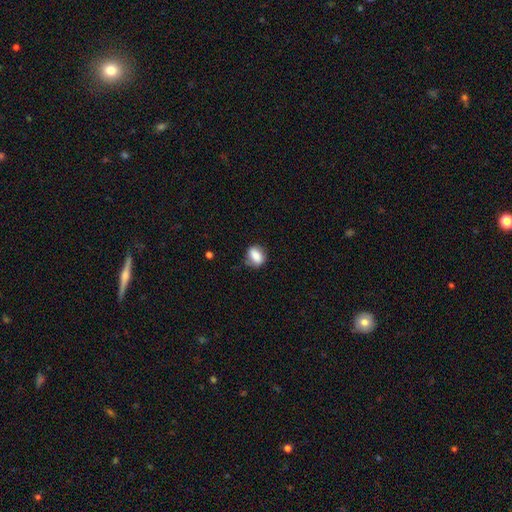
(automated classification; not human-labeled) A smooth galaxy with no disk features (80%) that is in between round and cigar-shaped (60%).

Vote fractions:
- Smooth or featured? smooth: 80% / featured or disk: 12% / star or artifact: 8%
- How rounded? in between: 60% / round: 38% / cigar-shaped: 2%
- Merging? none: 71% / minor disturbance: 21% / major disturbance: 5% / merger: 2%